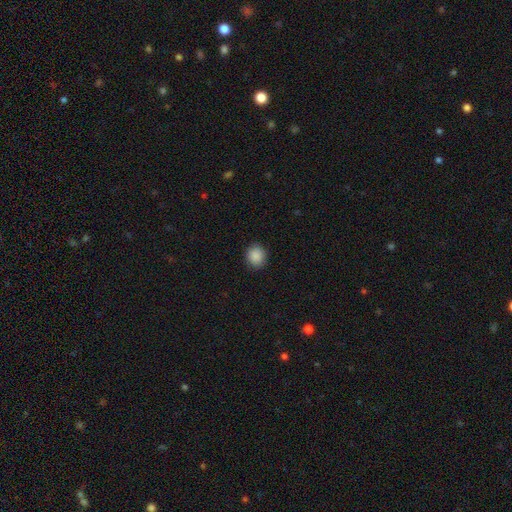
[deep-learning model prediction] Smooth or featured: smooth — 89% (star or artifact — 8%)
How rounded: round — 78% (in between — 21%)
Merging: none — 89% (minor disturbance — 8%)